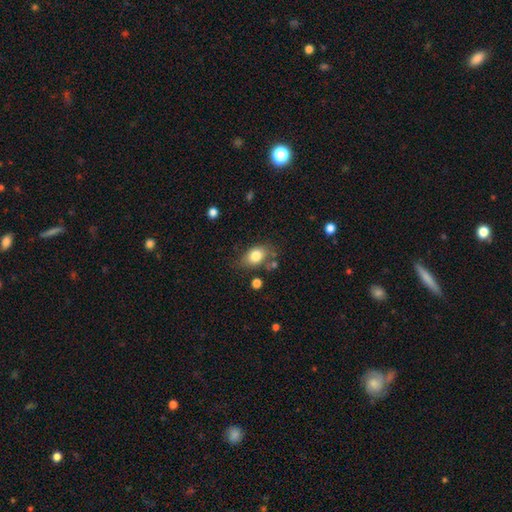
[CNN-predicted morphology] Q: Smooth or featured?
A: smooth (80%); runner-up: featured or disk (11%)
Q: How rounded?
A: in between (77%); runner-up: round (21%)
Q: Merging?
A: none (66%); runner-up: minor disturbance (21%)